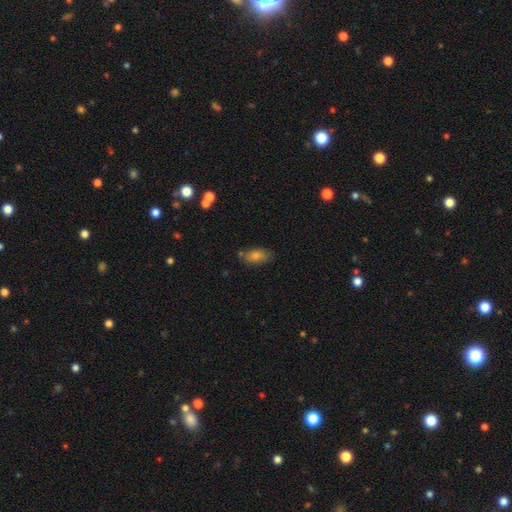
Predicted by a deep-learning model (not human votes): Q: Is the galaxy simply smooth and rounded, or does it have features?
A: smooth — 73%.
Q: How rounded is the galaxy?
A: in between — 87%.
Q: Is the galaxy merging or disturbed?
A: none — 76%.